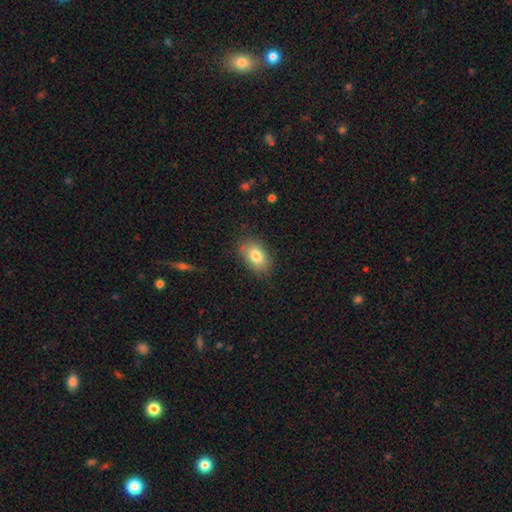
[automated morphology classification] Overall: smooth (80%). How rounded: in between (86%). Merging: none (79%).